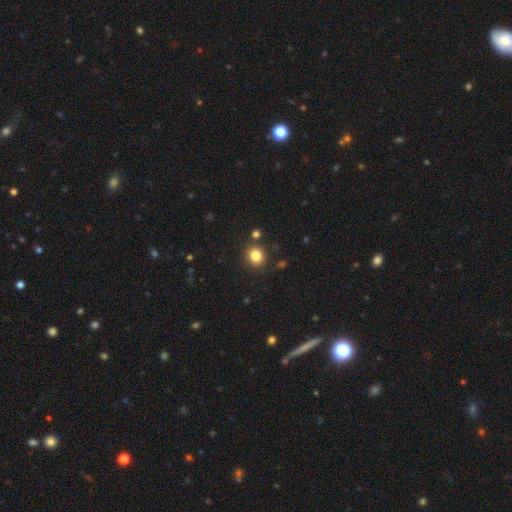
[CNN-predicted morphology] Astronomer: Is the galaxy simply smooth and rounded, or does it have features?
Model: smooth — 83%.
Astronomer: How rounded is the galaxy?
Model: round — 81%.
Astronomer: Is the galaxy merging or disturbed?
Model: none — 85%.